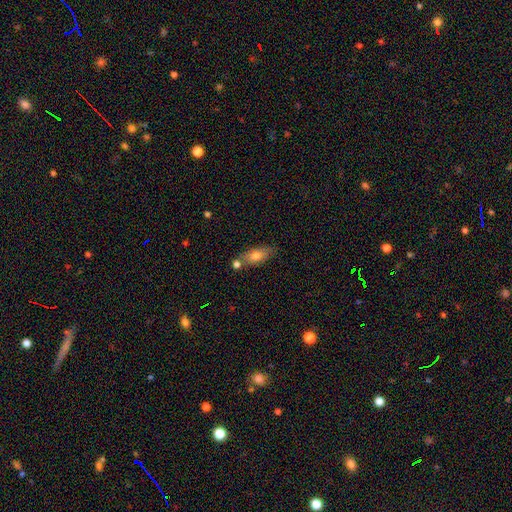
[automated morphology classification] Smooth or featured? Predicted: smooth (p=0.70). How rounded? Predicted: in between (p=0.74). Merging? Predicted: none (p=0.64).